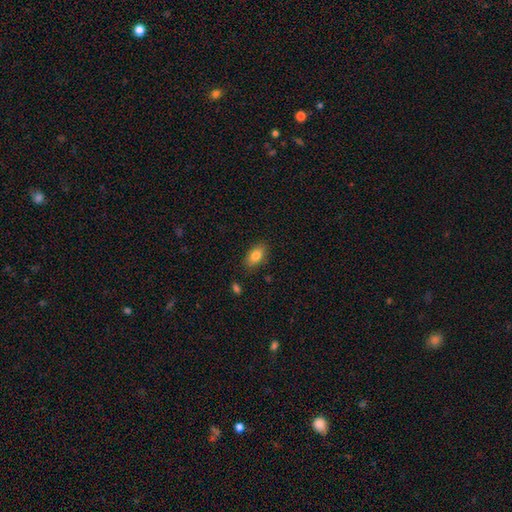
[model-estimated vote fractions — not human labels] Smooth or featured? smooth (82%)
How rounded? in between (89%)
Merging? none (85%)